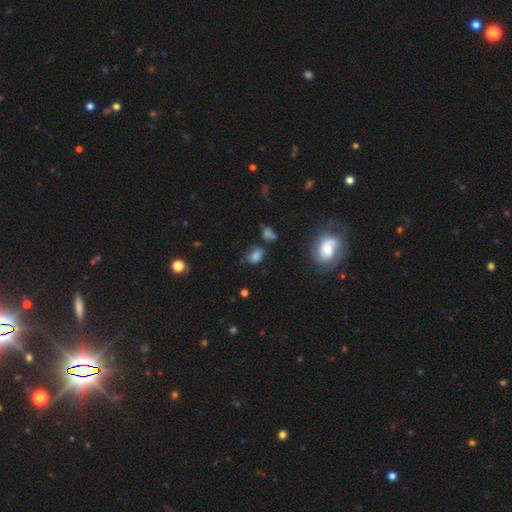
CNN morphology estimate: A smooth galaxy with no disk features (71%) that is in between round and cigar-shaped (70%). Merging: none (59%).